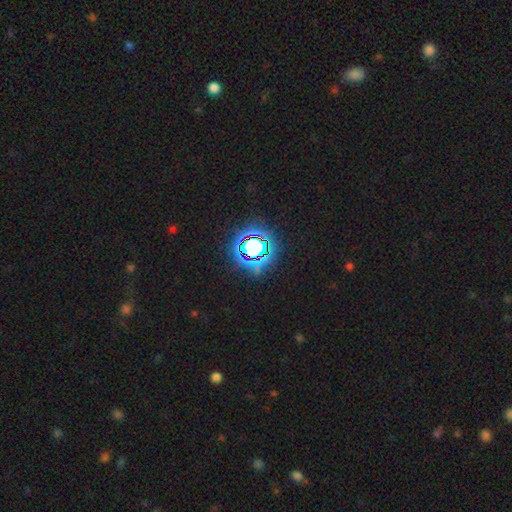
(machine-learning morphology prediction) smooth-or-featured: star or artifact: 81% | smooth: 12% | featured or disk: 7%